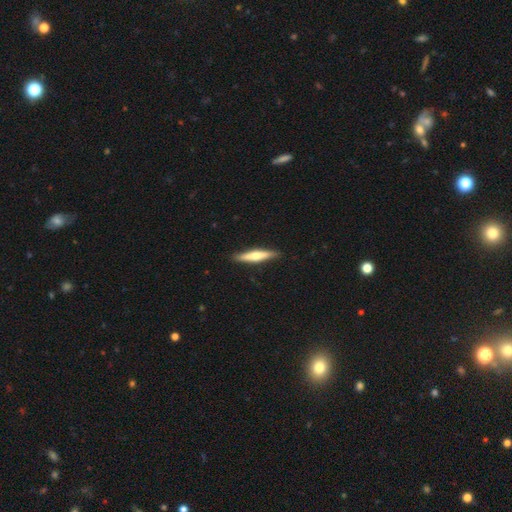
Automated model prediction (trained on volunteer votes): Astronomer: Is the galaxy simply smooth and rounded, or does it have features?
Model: featured or disk — 51% (runner-up: smooth, 44%).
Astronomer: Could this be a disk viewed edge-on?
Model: yes — 96%.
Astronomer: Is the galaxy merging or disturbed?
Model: none — 90%.